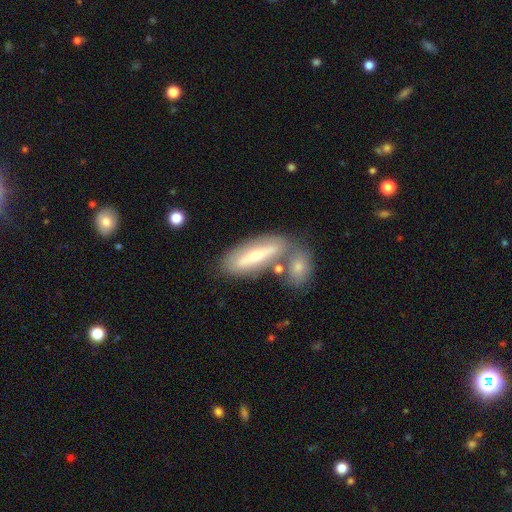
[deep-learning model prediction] This is possibly a featured or disk galaxy (53%). It is possibly viewed edge-on (52%). Merging: possibly none (54%).